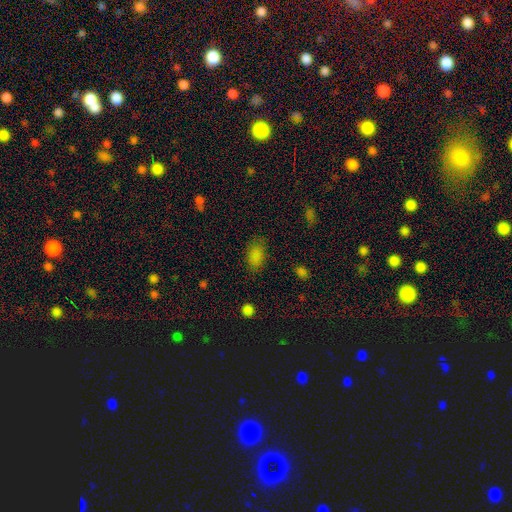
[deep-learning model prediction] This is clearly a smooth galaxy (83%). How rounded: clearly in between (91%). Merging: likely none (80%).